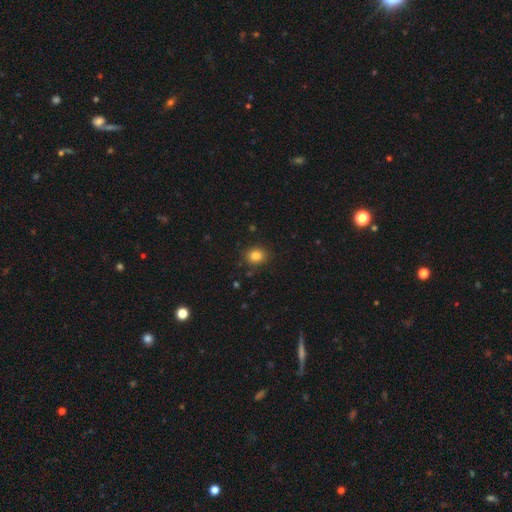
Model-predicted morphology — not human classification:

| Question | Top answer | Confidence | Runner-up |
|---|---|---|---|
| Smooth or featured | smooth | 84% | star or artifact (11%) |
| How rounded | round | 65% | in between (35%) |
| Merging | none | 87% | minor disturbance (9%) |